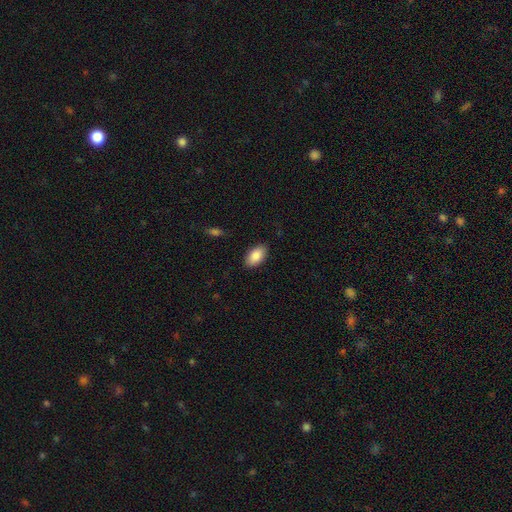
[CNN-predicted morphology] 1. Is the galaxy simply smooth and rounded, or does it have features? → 88% smooth, 6% star or artifact, 6% featured or disk.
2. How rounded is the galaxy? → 94% in between, 4% round, 2% cigar-shaped.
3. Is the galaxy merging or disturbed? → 87% none, 10% minor disturbance, 2% major disturbance, 1% merger.